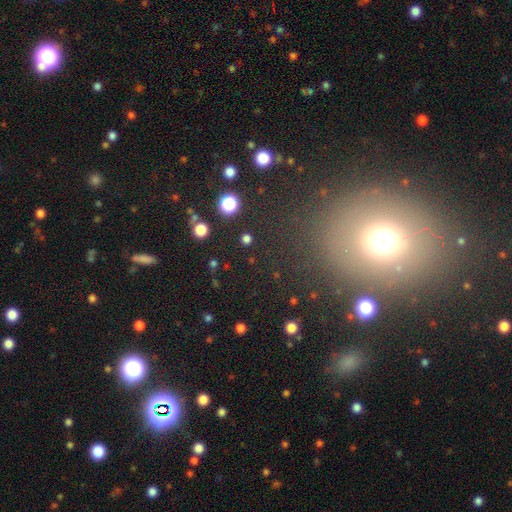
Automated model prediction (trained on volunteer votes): smooth 47%, star or artifact 38%, featured or disk 15%. Down the decision tree: merging — none (83%).